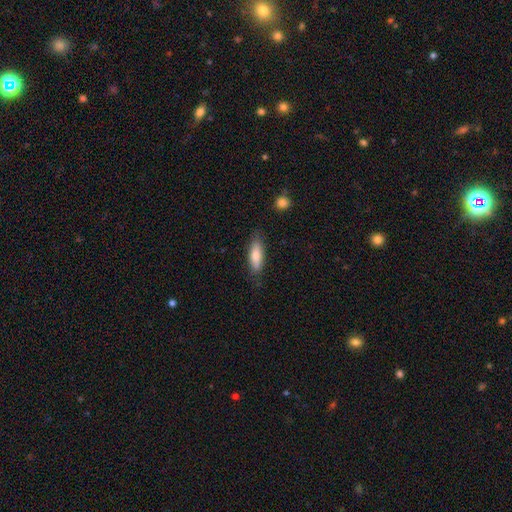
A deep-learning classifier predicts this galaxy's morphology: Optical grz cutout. It shows a smooth galaxy with no disk features (73%) that is cigar-shaped (54%). Merging: none (81%).